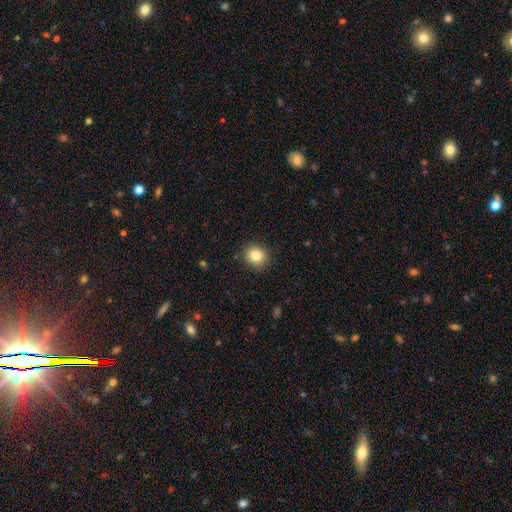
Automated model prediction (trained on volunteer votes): This is clearly a smooth galaxy (84%). How rounded: clearly round (80%). Merging: clearly none (88%).